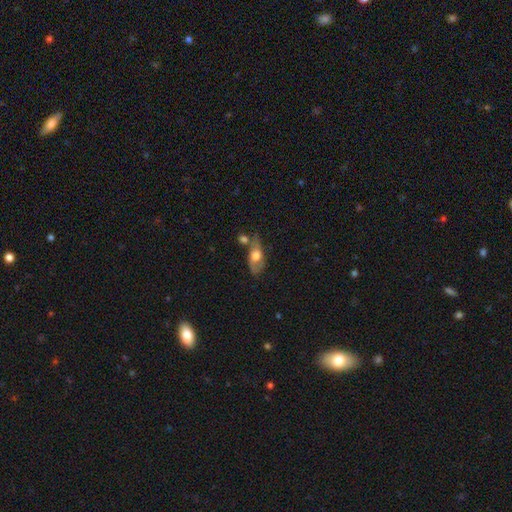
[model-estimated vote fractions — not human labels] Q: Smooth or featured?
A: smooth (49%); runner-up: featured or disk (43%)
Q: Merging?
A: none (41%); runner-up: merger (23%)